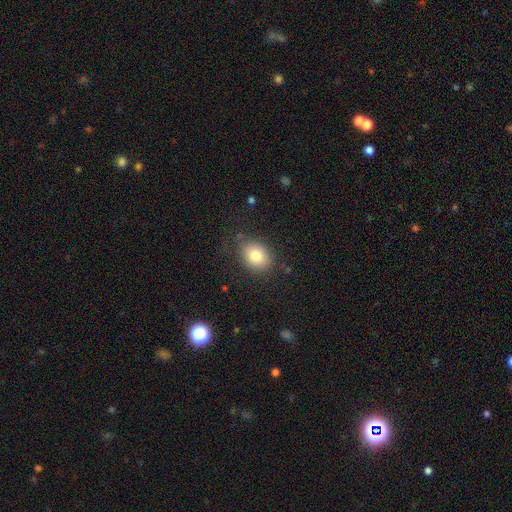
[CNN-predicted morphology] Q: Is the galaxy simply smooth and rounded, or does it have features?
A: smooth — 80%.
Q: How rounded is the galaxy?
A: in between — 58%.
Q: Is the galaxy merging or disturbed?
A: none — 78%.